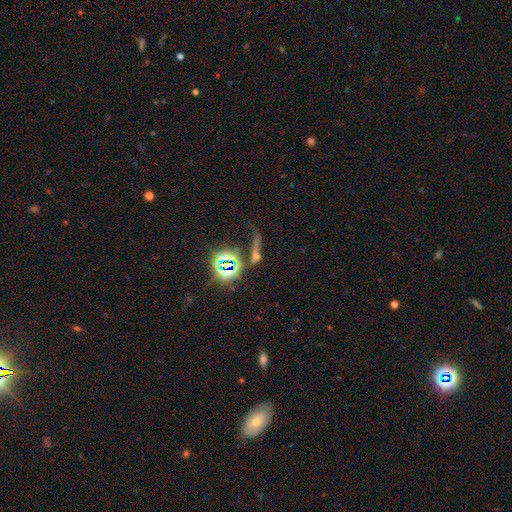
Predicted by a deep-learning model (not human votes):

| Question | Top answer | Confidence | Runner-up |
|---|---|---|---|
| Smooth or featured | star or artifact | 51% | smooth (30%) |